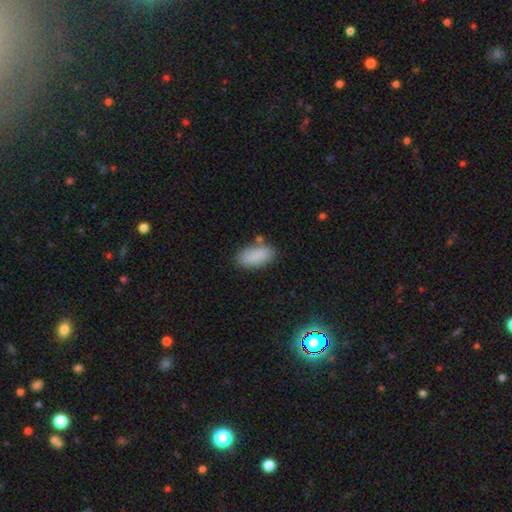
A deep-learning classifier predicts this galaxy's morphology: smooth-or-featured: smooth: 87% | star or artifact: 8% | featured or disk: 5%
  how-rounded: in between: 89% | cigar-shaped: 8% | round: 2%
  merging: none: 76% | minor disturbance: 14% | merger: 6% | major disturbance: 4%